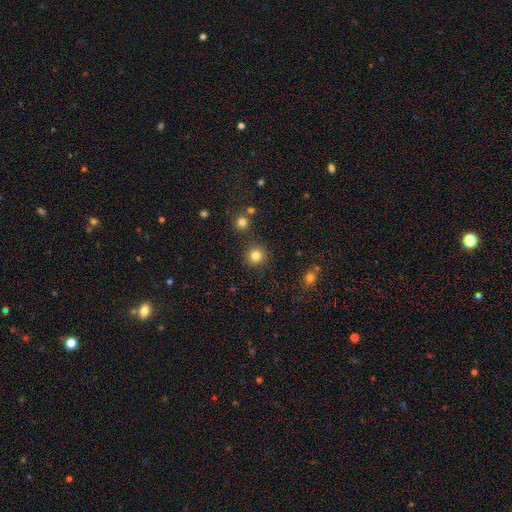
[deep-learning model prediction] Smooth or featured: smooth — 83% (star or artifact — 12%)
How rounded: round — 94% (in between — 5%)
Merging: none — 89% (minor disturbance — 6%)